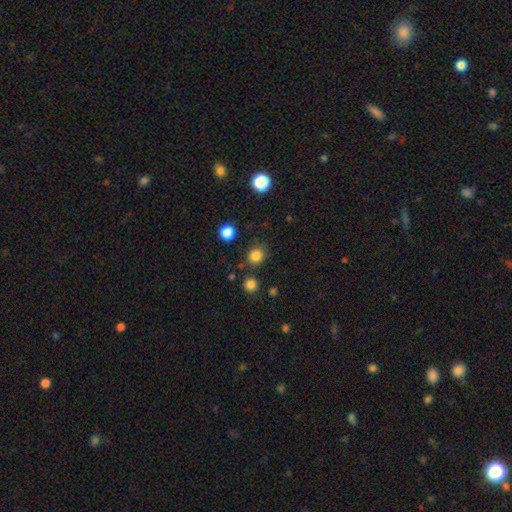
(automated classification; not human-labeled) smooth 82%, star or artifact 14%, featured or disk 4%. Down the decision tree: how rounded — round (86%); merging — none (84%).